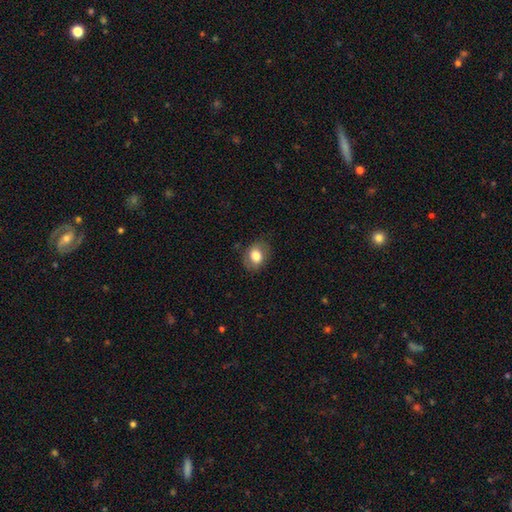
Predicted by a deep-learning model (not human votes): smooth_or_featured: smooth (p=0.76) [alt: featured or disk p=0.15]
how_rounded: in between (p=0.56) [alt: round p=0.43]
merging: none (p=0.78) [alt: minor disturbance p=0.16]